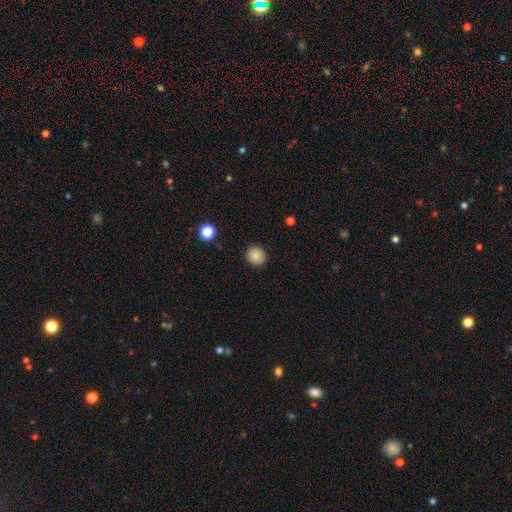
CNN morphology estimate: smooth_or_featured: smooth (p=0.87) [alt: star or artifact p=0.10]
how_rounded: round (p=0.91) [alt: in between p=0.09]
merging: none (p=0.91) [alt: minor disturbance p=0.06]